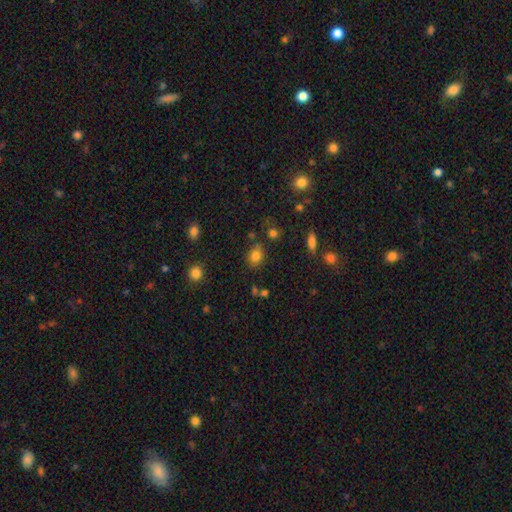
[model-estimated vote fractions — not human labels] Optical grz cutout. It shows a smooth galaxy with no disk features (80%) that is in between round and cigar-shaped (54%). Merging: none (74%).